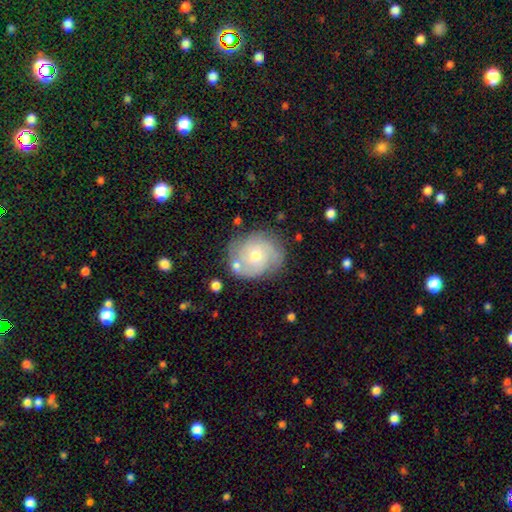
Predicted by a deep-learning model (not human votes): Q: Smooth or featured?
A: featured or disk (71%); runner-up: smooth (22%)
Q: Edge-on disk?
A: no (97%); runner-up: yes (3%)
Q: Bar?
A: no (73%); runner-up: weak (23%)
Q: Spiral arms?
A: yes (89%); runner-up: no (11%)
Q: Spiral winding?
A: tight (59%); runner-up: medium (32%)
Q: Spiral arm count?
A: can't tell (30%); runner-up: 2 (29%)
Q: Bulge size?
A: moderate (56%); runner-up: small (40%)
Q: Merging?
A: none (72%); runner-up: minor disturbance (17%)